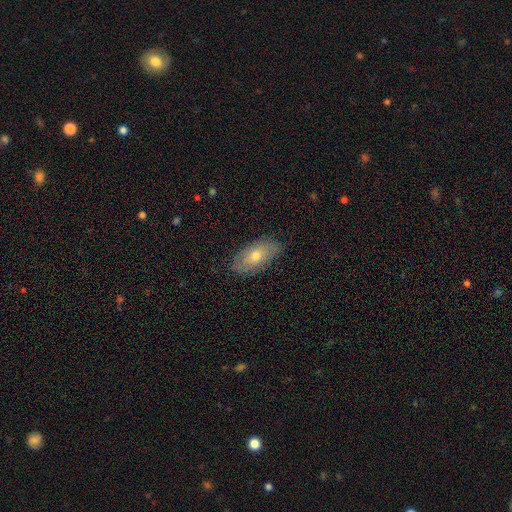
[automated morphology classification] smooth_or_featured: smooth (p=0.62) [alt: featured or disk p=0.31]
how_rounded: in between (p=0.91) [alt: cigar-shaped p=0.05]
merging: none (p=0.82) [alt: minor disturbance p=0.15]